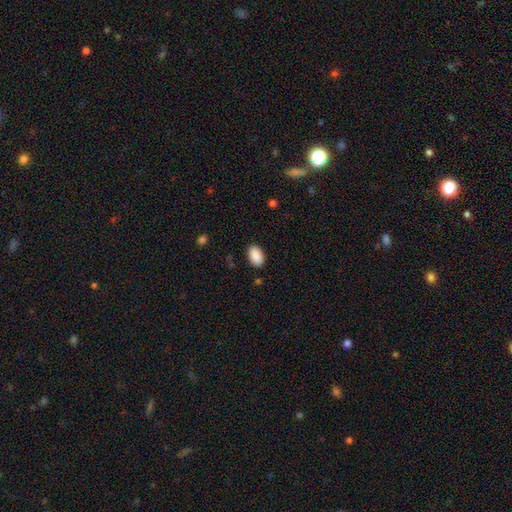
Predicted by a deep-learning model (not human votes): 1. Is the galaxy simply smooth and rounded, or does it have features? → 91% smooth, 7% star or artifact, 3% featured or disk.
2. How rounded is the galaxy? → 92% in between, 6% round, 1% cigar-shaped.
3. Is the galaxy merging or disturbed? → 88% none, 9% minor disturbance, 2% major disturbance, 1% merger.